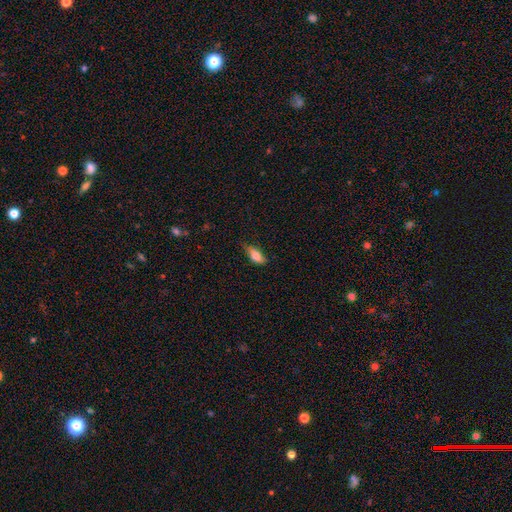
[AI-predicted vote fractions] This appears to be a smooth galaxy with no disk features (77%) that is in between round and cigar-shaped (79%). Merging: none (68%).